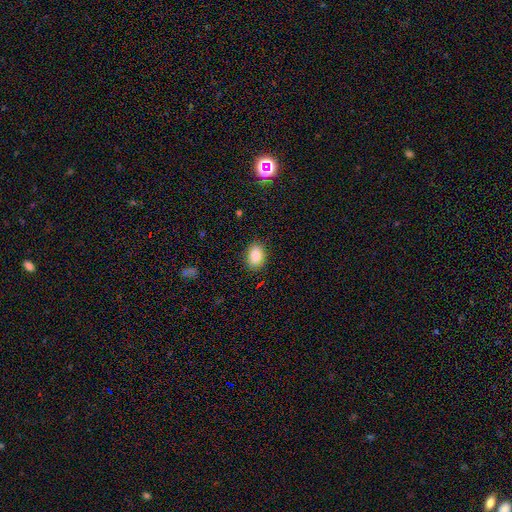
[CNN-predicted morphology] type=smooth (88%); roundness=in between (80%); merging=none (87%).